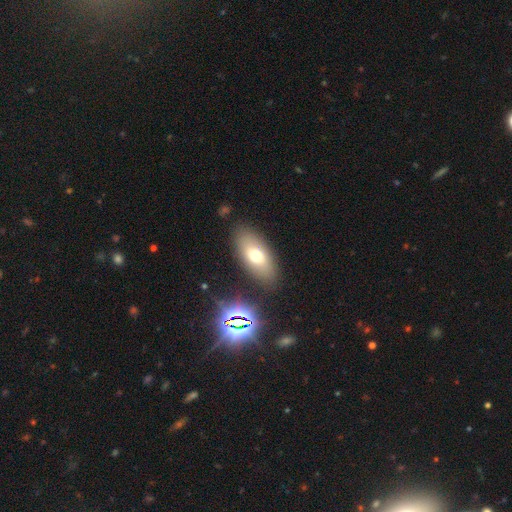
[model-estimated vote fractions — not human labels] Morphology: type=smooth (66%); roundness=in between (89%); merging=none (84%).